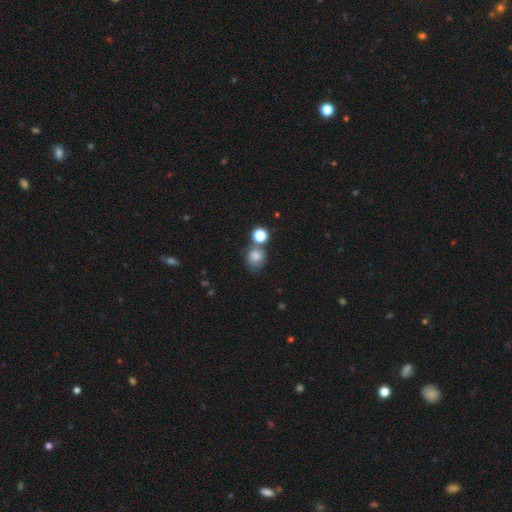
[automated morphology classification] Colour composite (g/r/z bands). It shows a smooth galaxy with no disk features (80%) that is round (75%). Merging: none (52%).